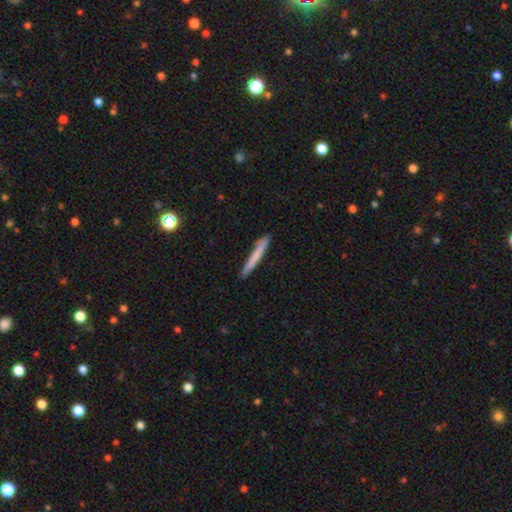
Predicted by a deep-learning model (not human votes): Smooth or featured?
  - smooth: 71% *
  - featured or disk: 24%
  - star or artifact: 6%
How rounded?
  - cigar-shaped: 97% *
  - in between: 2%
  - round: 1%
Merging?
  - none: 88% *
  - minor disturbance: 9%
  - major disturbance: 2%
  - merger: 1%